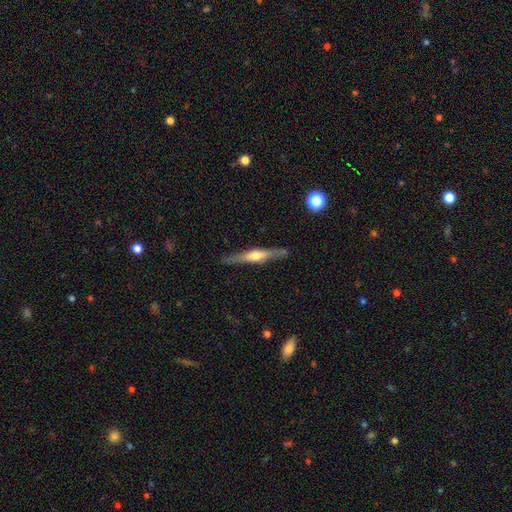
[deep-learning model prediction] Morphology: type=featured or disk (72%); edge-on=yes (97%); edge-on bulge=rounded (86%); merging=none (88%).